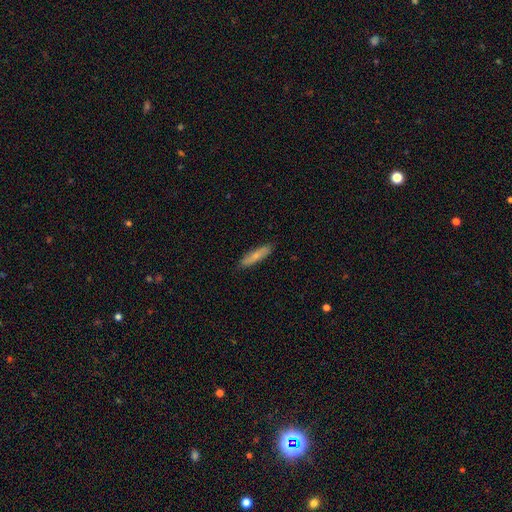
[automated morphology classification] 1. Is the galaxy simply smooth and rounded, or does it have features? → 71% smooth, 23% featured or disk, 6% star or artifact.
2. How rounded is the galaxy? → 79% cigar-shaped, 19% in between, 2% round.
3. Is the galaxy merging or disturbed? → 87% none, 10% minor disturbance, 2% major disturbance, 1% merger.